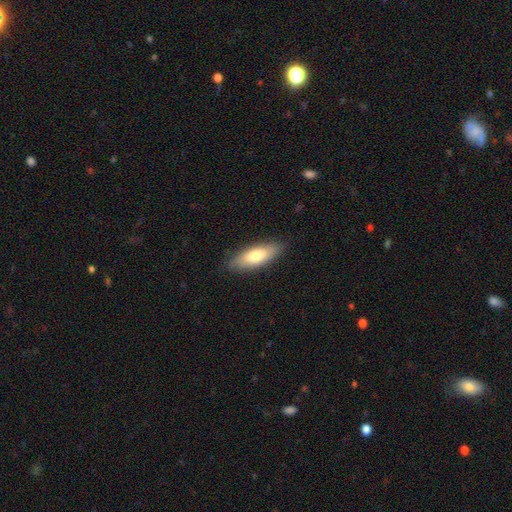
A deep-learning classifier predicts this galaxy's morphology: A smooth galaxy with no disk features (72%) that is in between round and cigar-shaped (63%).

Vote fractions:
- Smooth or featured? smooth: 72% / featured or disk: 22% / star or artifact: 6%
- How rounded? in between: 63% / cigar-shaped: 35% / round: 2%
- Merging? none: 85% / minor disturbance: 12% / major disturbance: 2% / merger: 1%